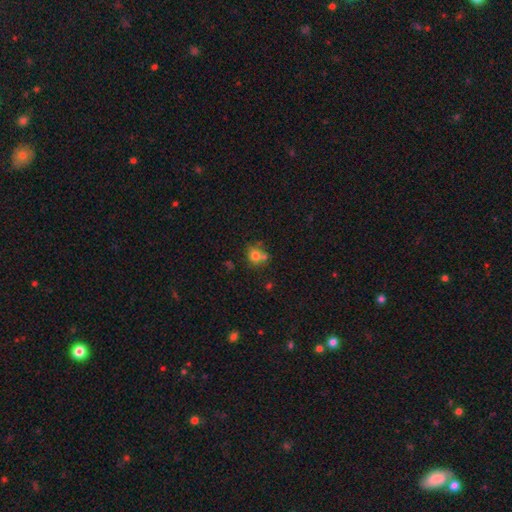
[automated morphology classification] A smooth galaxy with no disk features (74%) that is round (79%).

Vote fractions:
- Smooth or featured? smooth: 74% / star or artifact: 13% / featured or disk: 13%
- How rounded? round: 79% / in between: 20% / cigar-shaped: 1%
- Merging? none: 54% / merger: 27% / minor disturbance: 14% / major disturbance: 5%